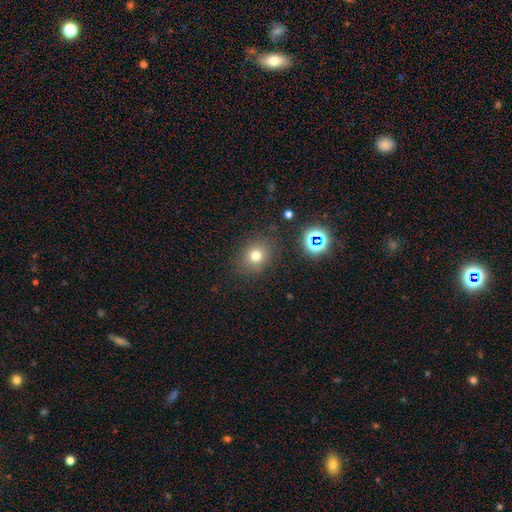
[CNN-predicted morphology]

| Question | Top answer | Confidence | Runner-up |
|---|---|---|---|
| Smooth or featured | smooth | 73% | star or artifact (18%) |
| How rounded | round | 63% | in between (36%) |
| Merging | none | 82% | minor disturbance (11%) |